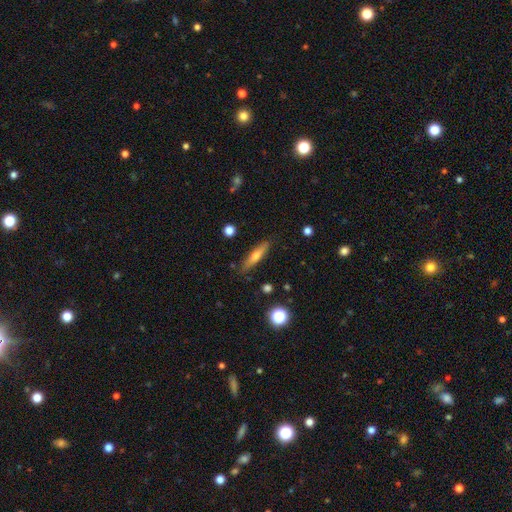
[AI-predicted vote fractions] Smooth or featured?
  - smooth: 54% *
  - featured or disk: 39%
  - star or artifact: 8%
How rounded?
  - cigar-shaped: 83% *
  - in between: 14%
  - round: 2%
Merging?
  - none: 85% *
  - minor disturbance: 11%
  - major disturbance: 2%
  - merger: 2%